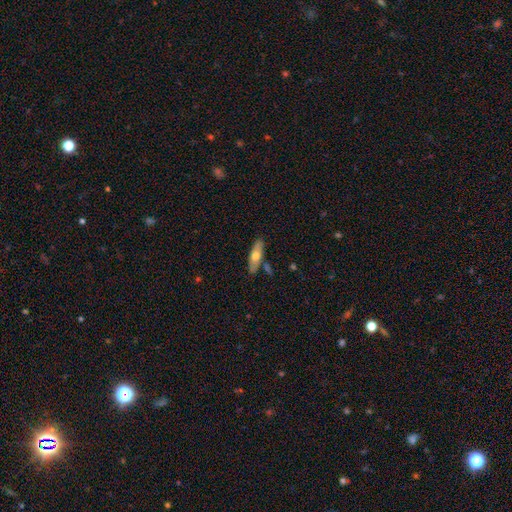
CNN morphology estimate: This is possibly a smooth galaxy (58%). How rounded: possibly cigar-shaped (49%). Merging: clearly none (81%).